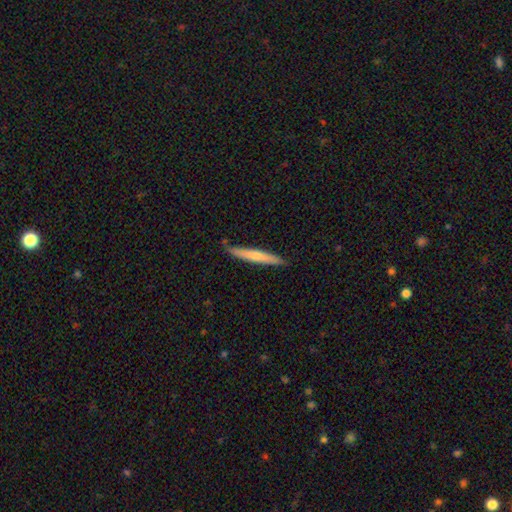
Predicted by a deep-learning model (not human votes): Morphology: type=smooth (63%); roundness=cigar-shaped (95%); merging=none (83%).